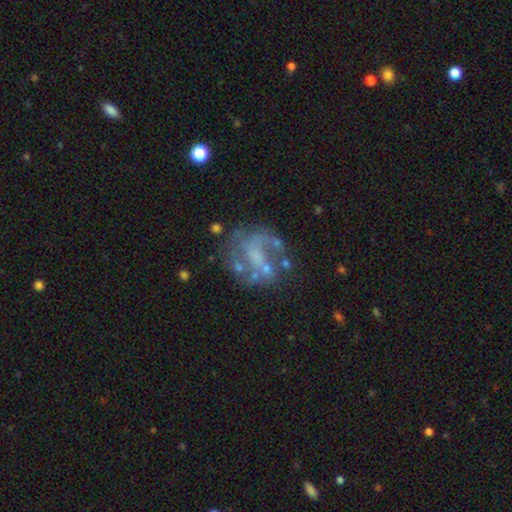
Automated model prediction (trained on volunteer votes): The model was most divided on "bar": no: 53%, weak: 34%, strong: 12%. Remaining: edge-on disk — no (98%); smooth or featured — featured or disk (72%); spiral arms — yes (61%); merging — none (51%); bulge size — none (48%).